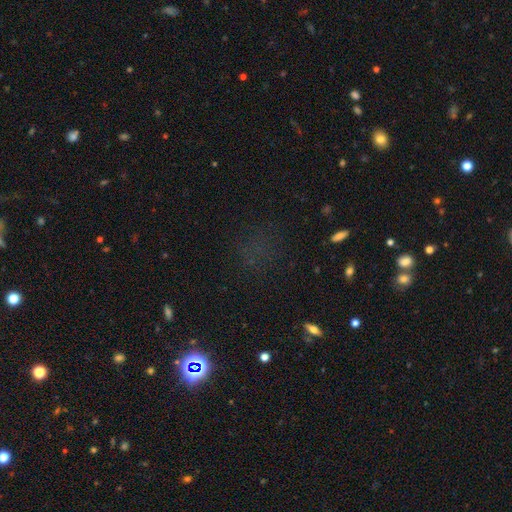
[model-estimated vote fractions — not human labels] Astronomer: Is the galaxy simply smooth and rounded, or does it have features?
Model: star or artifact — 56% (runner-up: smooth, 33%).